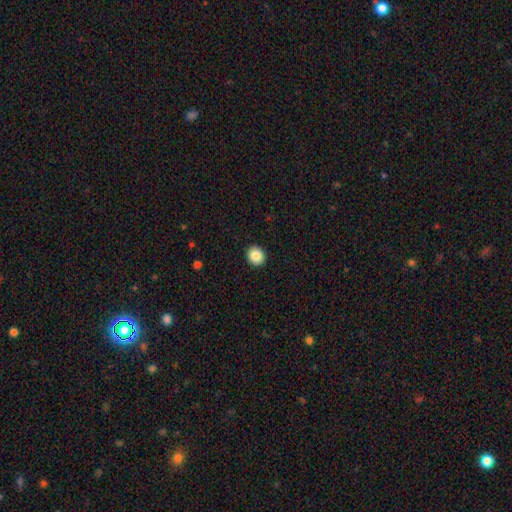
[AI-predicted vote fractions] Q: Smooth or featured?
A: smooth (87%); runner-up: star or artifact (9%)
Q: How rounded?
A: round (79%); runner-up: in between (20%)
Q: Merging?
A: none (93%); runner-up: minor disturbance (5%)